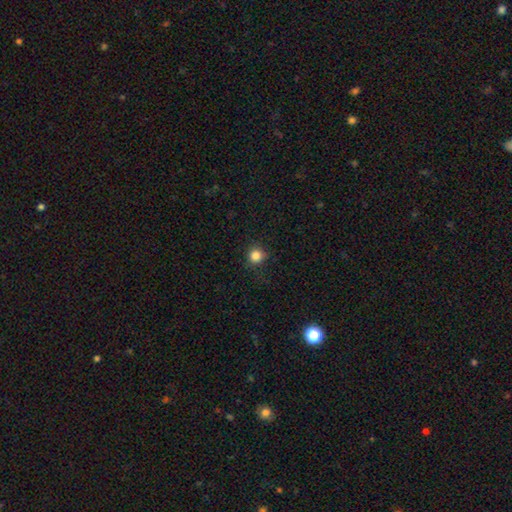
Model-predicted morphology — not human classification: Q: Smooth or featured?
A: smooth (85%); runner-up: star or artifact (12%)
Q: How rounded?
A: round (93%); runner-up: in between (6%)
Q: Merging?
A: none (87%); runner-up: minor disturbance (9%)